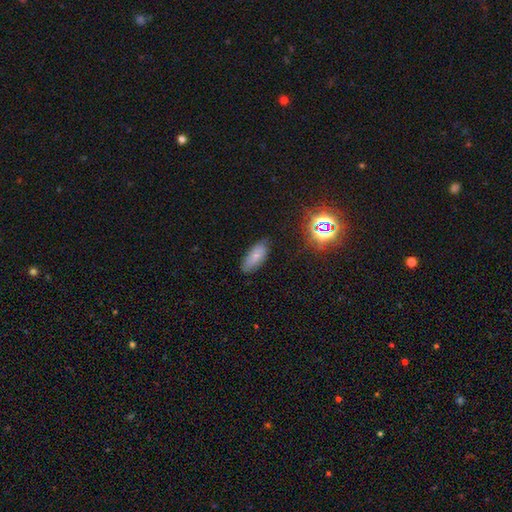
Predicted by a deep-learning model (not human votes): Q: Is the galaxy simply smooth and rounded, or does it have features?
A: smooth — 74%.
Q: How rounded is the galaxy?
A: in between — 81%.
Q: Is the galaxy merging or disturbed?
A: none — 78%.